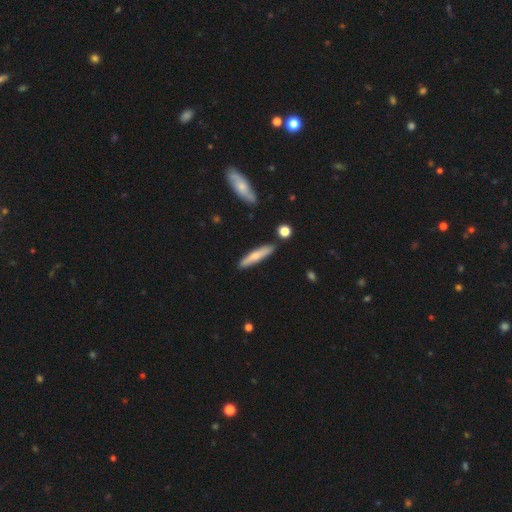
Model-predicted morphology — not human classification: Smooth or featured? smooth (64%)
How rounded? cigar-shaped (87%)
Merging? none (85%)